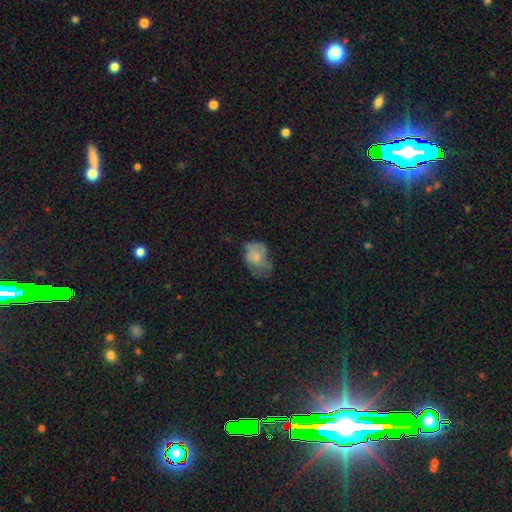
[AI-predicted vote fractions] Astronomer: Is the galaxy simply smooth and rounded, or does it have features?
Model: smooth — 63%.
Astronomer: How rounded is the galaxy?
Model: in between — 69%.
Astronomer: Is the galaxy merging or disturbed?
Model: minor disturbance — 36% (runner-up: major disturbance, 33%).